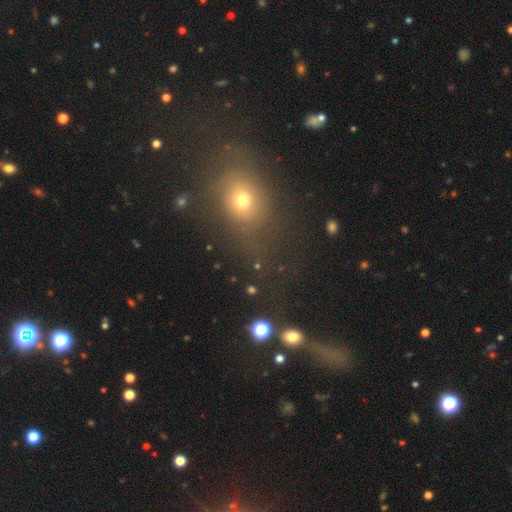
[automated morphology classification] Smooth or featured?
  - smooth: 56% *
  - star or artifact: 29%
  - featured or disk: 15%
How rounded?
  - in between: 53% *
  - round: 42%
  - cigar-shaped: 5%
Merging?
  - none: 75% *
  - minor disturbance: 12%
  - major disturbance: 9%
  - merger: 4%